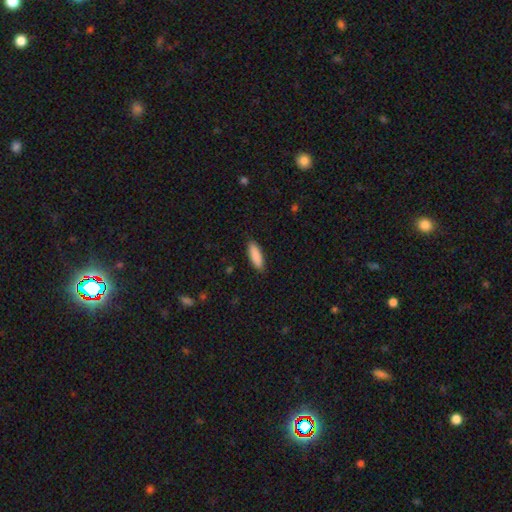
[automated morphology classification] A smooth galaxy with no disk features (89%) that is in between round and cigar-shaped (52%).

Vote fractions:
- Smooth or featured? smooth: 89% / star or artifact: 6% / featured or disk: 5%
- How rounded? in between: 52% / cigar-shaped: 47% / round: 2%
- Merging? none: 88% / minor disturbance: 9% / major disturbance: 2% / merger: 1%